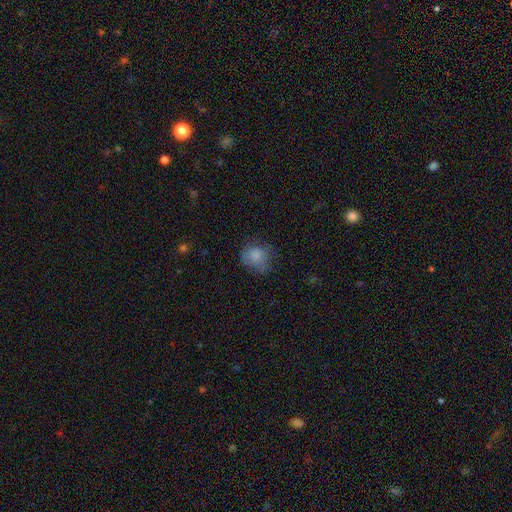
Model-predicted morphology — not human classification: This appears to be a smooth galaxy with no disk features (79%) that is round (68%). Merging: none (57%).